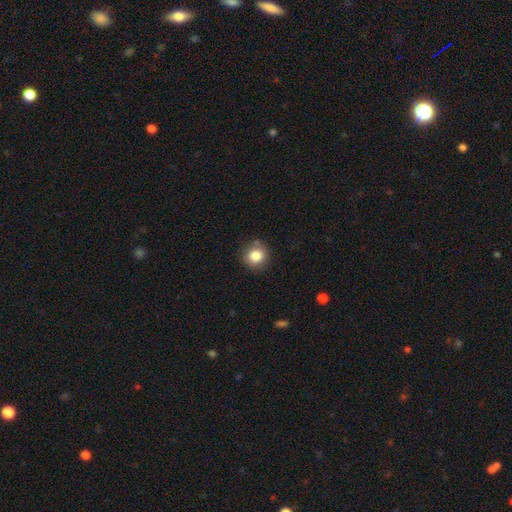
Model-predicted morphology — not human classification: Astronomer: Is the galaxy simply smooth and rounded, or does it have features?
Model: smooth — 83%.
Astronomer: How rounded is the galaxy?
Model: round — 88%.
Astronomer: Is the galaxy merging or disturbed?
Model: none — 84%.